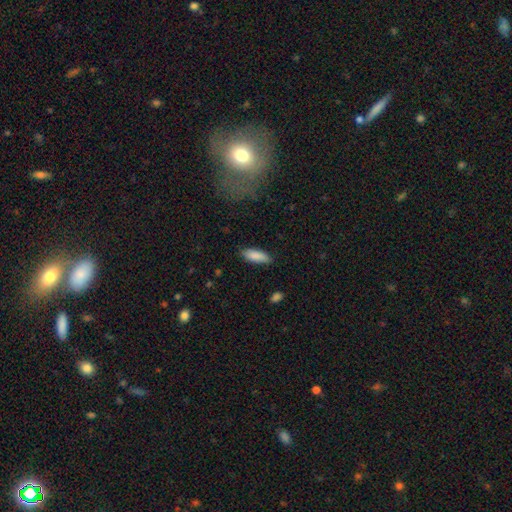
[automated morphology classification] Smooth or featured?
  - smooth: 88% *
  - featured or disk: 6%
  - star or artifact: 6%
How rounded?
  - in between: 67% *
  - cigar-shaped: 32%
  - round: 2%
Merging?
  - none: 84% *
  - minor disturbance: 12%
  - major disturbance: 3%
  - merger: 1%